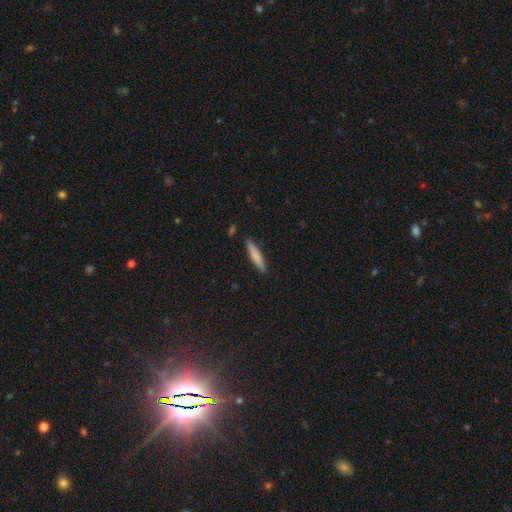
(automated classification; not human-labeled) smooth 77%, featured or disk 18%, star or artifact 6%. Down the decision tree: how rounded — cigar-shaped (91%); merging — none (90%).